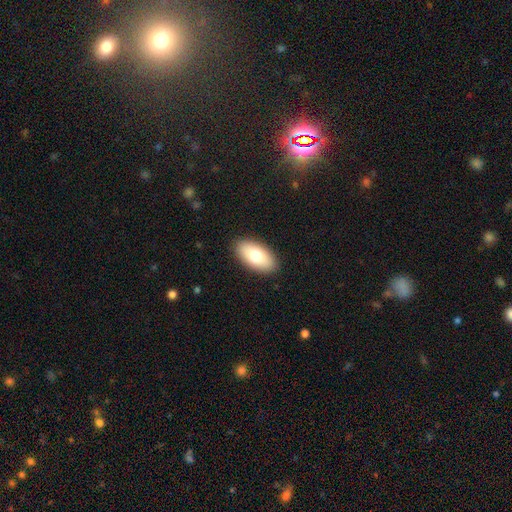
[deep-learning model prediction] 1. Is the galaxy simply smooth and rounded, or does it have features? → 77% smooth, 17% featured or disk, 6% star or artifact.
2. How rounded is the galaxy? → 95% in between, 3% round, 3% cigar-shaped.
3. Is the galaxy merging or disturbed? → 89% none, 8% minor disturbance, 2% major disturbance, 1% merger.